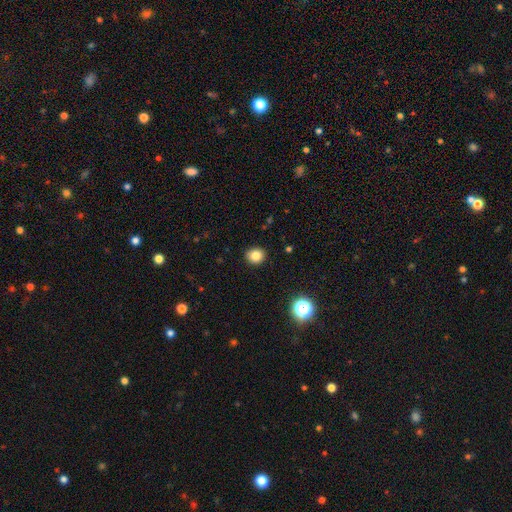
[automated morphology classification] smooth_or_featured: smooth (p=0.83) [alt: star or artifact p=0.12]
how_rounded: round (p=0.81) [alt: in between p=0.18]
merging: none (p=0.91) [alt: minor disturbance p=0.06]